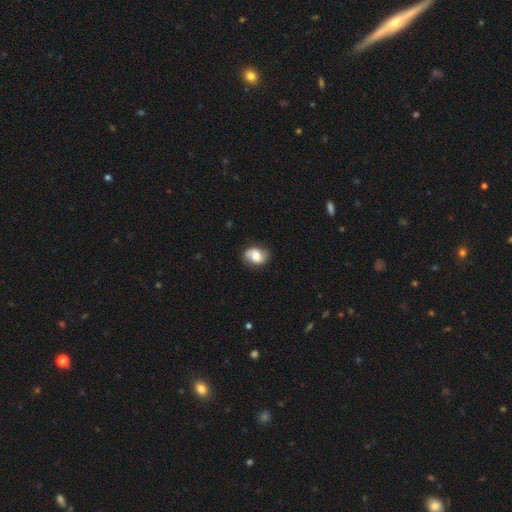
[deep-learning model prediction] smooth 62%, featured or disk 29%, star or artifact 9%. Down the decision tree: how rounded — in between (63%); merging — none (77%).